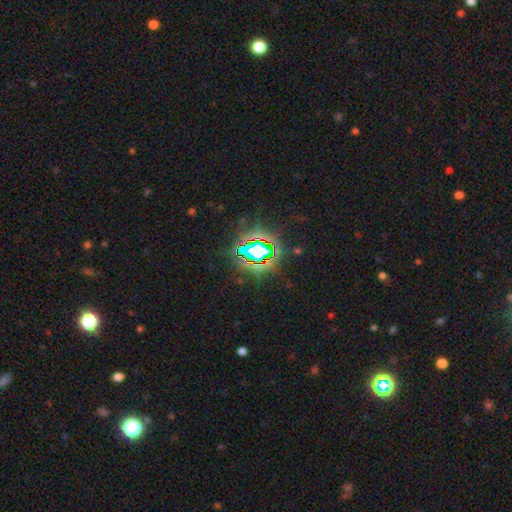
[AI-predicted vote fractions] Overall: star or artifact (81%).